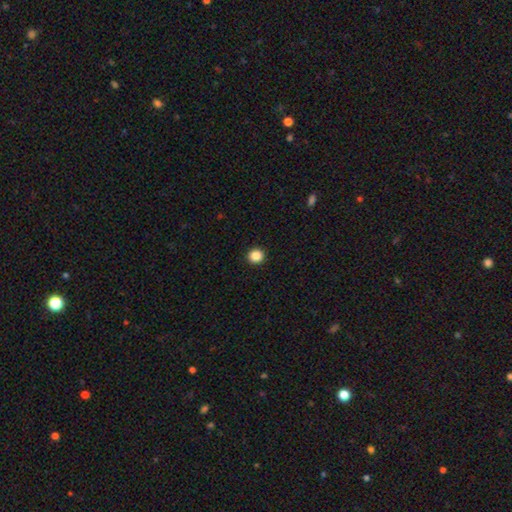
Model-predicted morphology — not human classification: Q: Smooth or featured?
A: smooth (87%); runner-up: star or artifact (10%)
Q: How rounded?
A: round (93%); runner-up: in between (7%)
Q: Merging?
A: none (94%); runner-up: minor disturbance (4%)